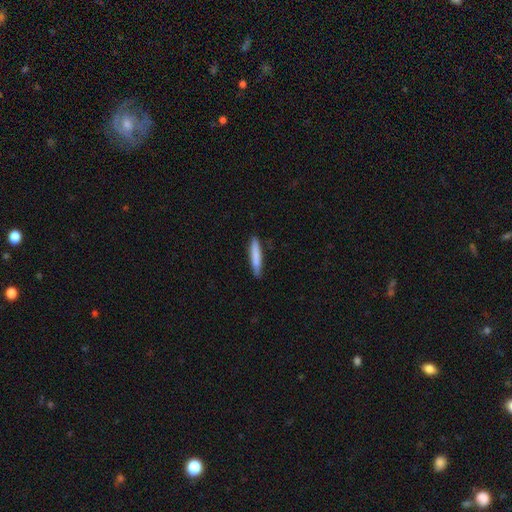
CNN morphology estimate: Smooth or featured?
  - smooth: 78% *
  - featured or disk: 17%
  - star or artifact: 5%
How rounded?
  - cigar-shaped: 94% *
  - in between: 5%
  - round: 1%
Merging?
  - none: 87% *
  - minor disturbance: 10%
  - major disturbance: 2%
  - merger: 1%